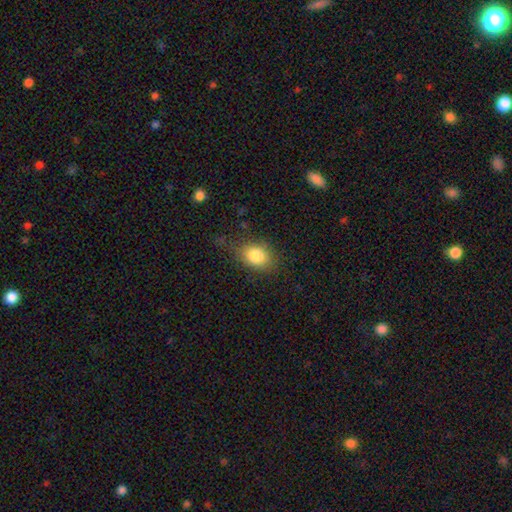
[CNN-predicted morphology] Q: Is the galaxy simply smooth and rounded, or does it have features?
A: smooth — 83%.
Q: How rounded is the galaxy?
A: in between — 68%.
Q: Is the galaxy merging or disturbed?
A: none — 72%.